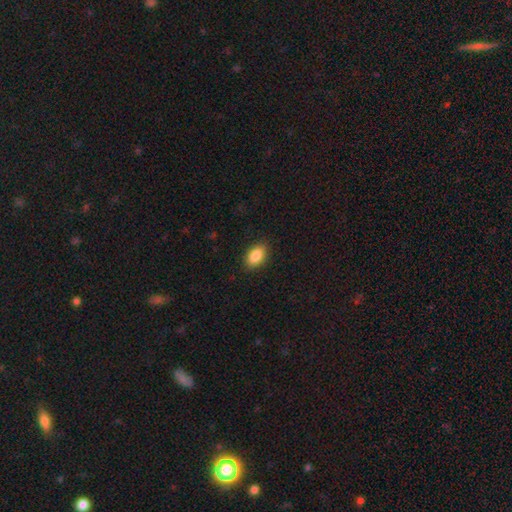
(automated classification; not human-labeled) Smooth or featured? smooth (87%)
How rounded? in between (92%)
Merging? none (88%)